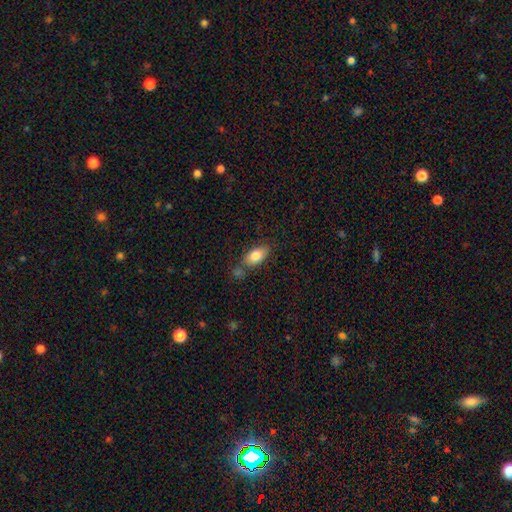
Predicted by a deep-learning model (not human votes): This appears to be a smooth galaxy with no disk features (80%) that is in between round and cigar-shaped (89%). Merging: none (69%).